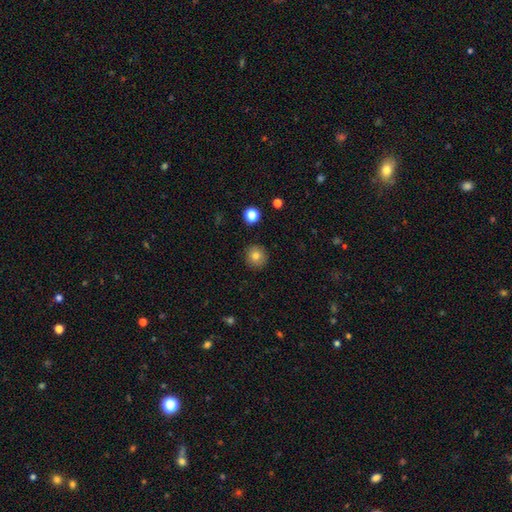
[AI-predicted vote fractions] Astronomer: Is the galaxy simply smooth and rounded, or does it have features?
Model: smooth — 81%.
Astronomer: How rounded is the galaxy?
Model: round — 93%.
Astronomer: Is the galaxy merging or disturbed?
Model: none — 91%.